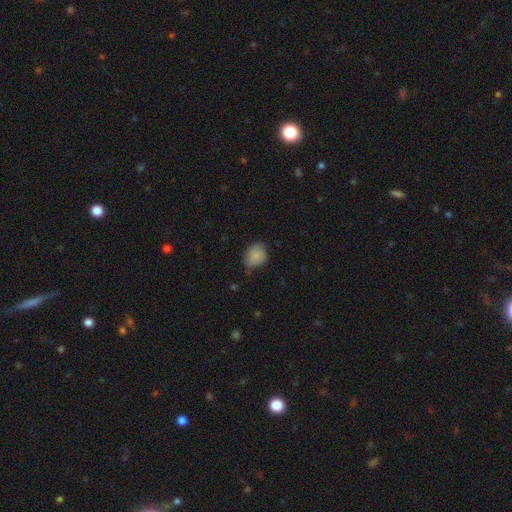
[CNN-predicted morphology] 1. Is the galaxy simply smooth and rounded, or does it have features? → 83% smooth, 9% featured or disk, 8% star or artifact.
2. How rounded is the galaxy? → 56% round, 43% in between, 1% cigar-shaped.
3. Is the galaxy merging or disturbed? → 66% none, 28% minor disturbance, 5% major disturbance, 1% merger.